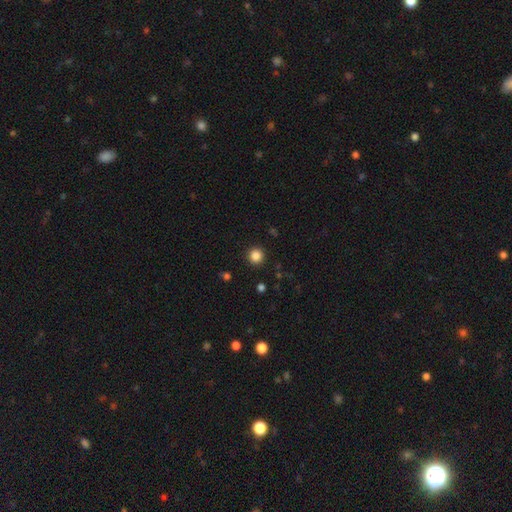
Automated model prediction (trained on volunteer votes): Smooth or featured? smooth (85%)
How rounded? round (94%)
Merging? none (92%)